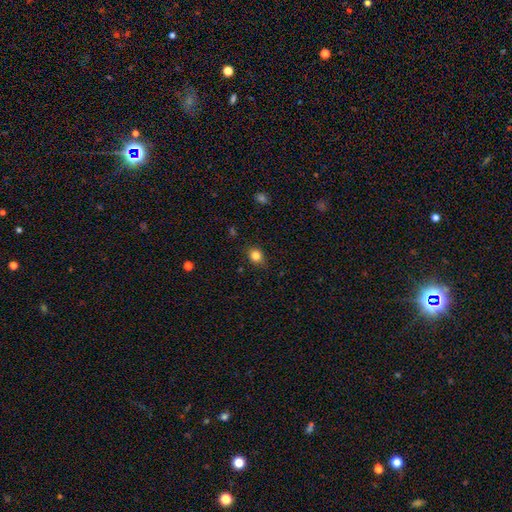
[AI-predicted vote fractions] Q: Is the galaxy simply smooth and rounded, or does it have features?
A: smooth — 84%.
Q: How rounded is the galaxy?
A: round — 57%.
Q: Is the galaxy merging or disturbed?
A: none — 81%.